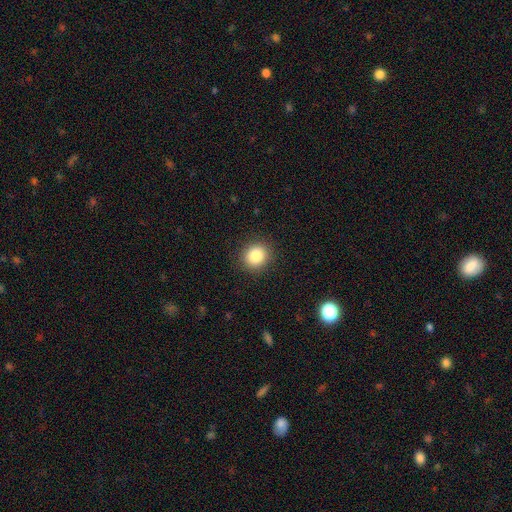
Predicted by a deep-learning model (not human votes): Smooth or featured? Predicted: smooth (p=0.85). How rounded? Predicted: round (p=0.83). Merging? Predicted: none (p=0.90).